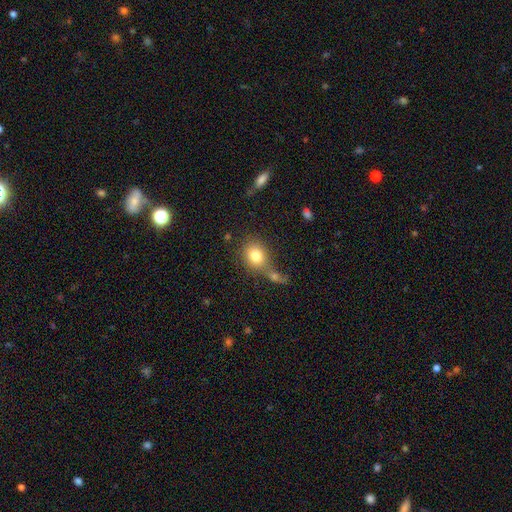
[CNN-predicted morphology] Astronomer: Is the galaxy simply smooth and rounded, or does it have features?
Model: smooth — 81%.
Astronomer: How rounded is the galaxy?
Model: round — 60% (runner-up: in between, 39%).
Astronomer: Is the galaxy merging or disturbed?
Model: none — 46% (runner-up: merger, 33%).